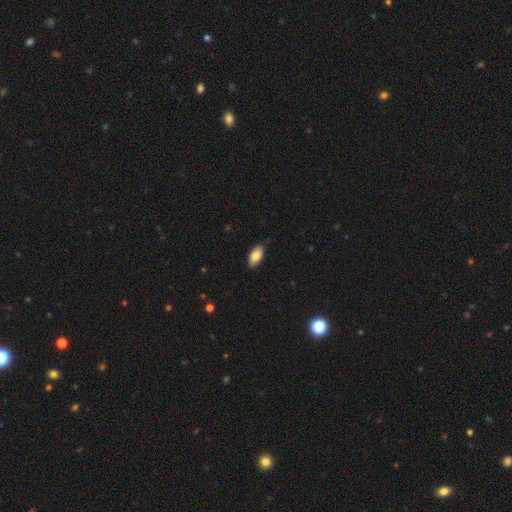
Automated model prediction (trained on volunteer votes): smooth-or-featured: smooth: 85% | featured or disk: 9% | star or artifact: 7%
  how-rounded: in between: 93% | cigar-shaped: 5% | round: 3%
  merging: none: 88% | minor disturbance: 10% | major disturbance: 2% | merger: 1%